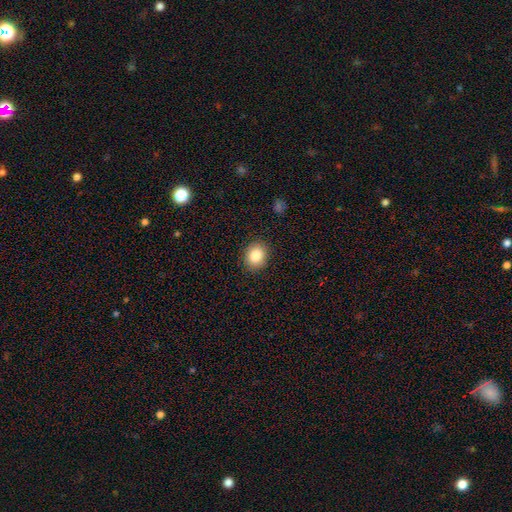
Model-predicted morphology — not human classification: Q: Smooth or featured?
A: smooth (85%); runner-up: star or artifact (9%)
Q: How rounded?
A: round (58%); runner-up: in between (41%)
Q: Merging?
A: none (89%); runner-up: minor disturbance (8%)